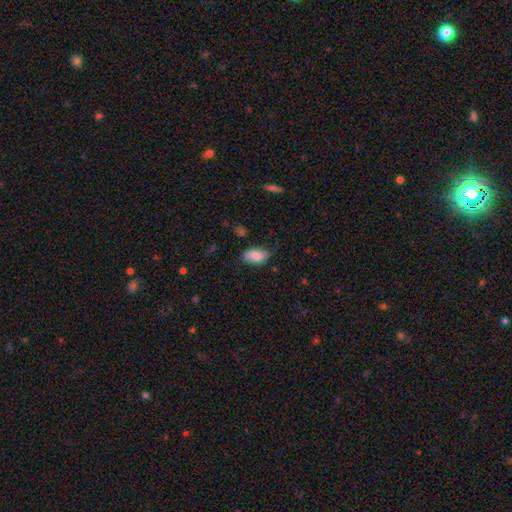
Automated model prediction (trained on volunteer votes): Smooth or featured?
  - smooth: 75% *
  - featured or disk: 18%
  - star or artifact: 7%
How rounded?
  - in between: 92% *
  - round: 6%
  - cigar-shaped: 2%
Merging?
  - none: 66% *
  - minor disturbance: 26%
  - major disturbance: 6%
  - merger: 2%